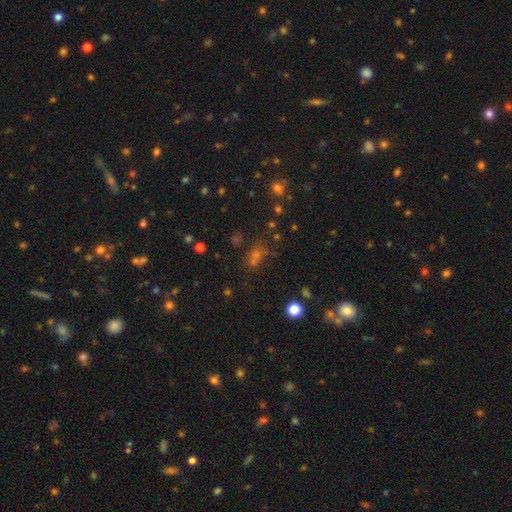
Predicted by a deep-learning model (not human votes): Q: Smooth or featured?
A: smooth (47%); runner-up: star or artifact (43%)
Q: Merging?
A: none (62%); runner-up: minor disturbance (16%)